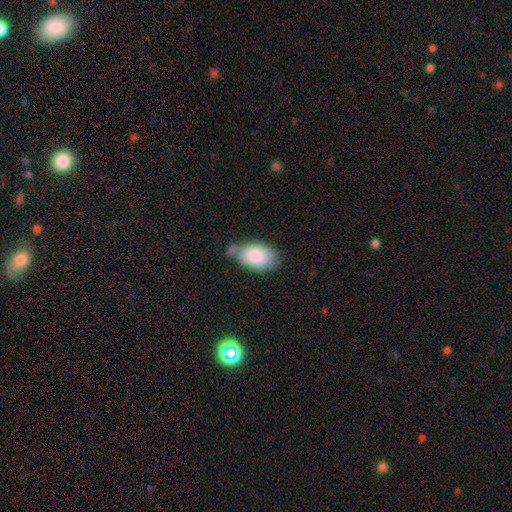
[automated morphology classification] Smooth or featured? smooth (85%)
How rounded? in between (93%)
Merging? none (55%)